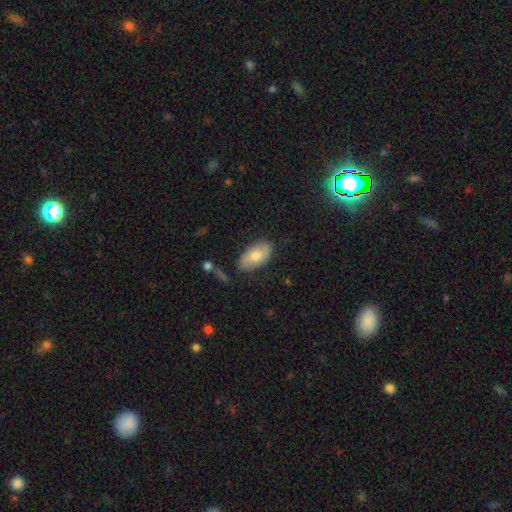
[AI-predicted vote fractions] Overall: smooth (66%). How rounded: in between (93%). Merging: none (79%).